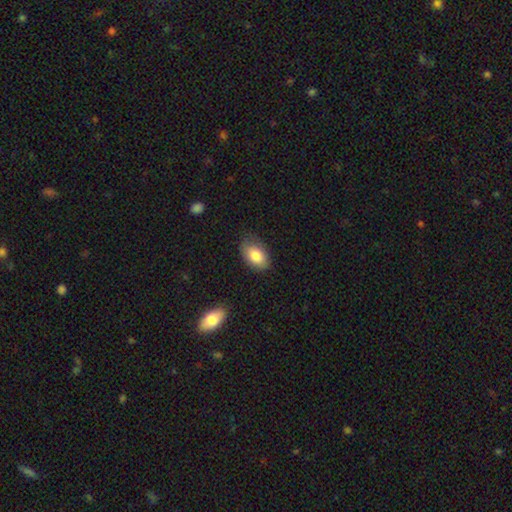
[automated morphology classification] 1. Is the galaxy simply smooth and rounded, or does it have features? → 81% smooth, 12% featured or disk, 7% star or artifact.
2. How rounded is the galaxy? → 89% in between, 9% round, 1% cigar-shaped.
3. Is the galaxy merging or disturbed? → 74% none, 21% minor disturbance, 4% major disturbance, 1% merger.